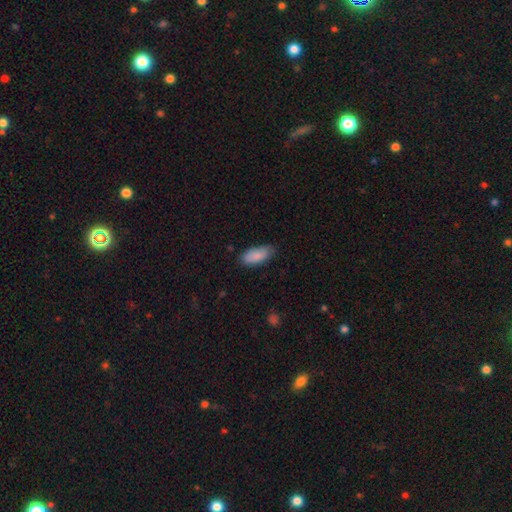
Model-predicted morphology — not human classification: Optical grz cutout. It shows a smooth galaxy with no disk features (88%) that is in between round and cigar-shaped (87%). Merging: none (75%).